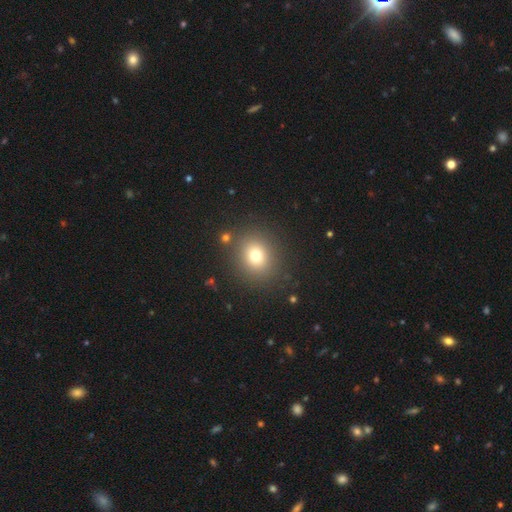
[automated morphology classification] smooth-or-featured: smooth: 74% | star or artifact: 15% | featured or disk: 11%
  how-rounded: round: 76% | in between: 23% | cigar-shaped: 1%
  merging: none: 86% | minor disturbance: 8% | major disturbance: 4% | merger: 3%